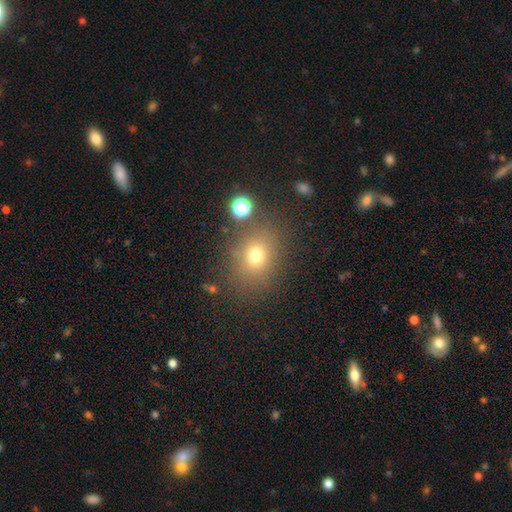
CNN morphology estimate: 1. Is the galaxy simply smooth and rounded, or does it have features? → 70% smooth, 19% star or artifact, 11% featured or disk.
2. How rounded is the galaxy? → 61% round, 38% in between, 1% cigar-shaped.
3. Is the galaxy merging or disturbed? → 79% none, 11% minor disturbance, 5% major disturbance, 4% merger.